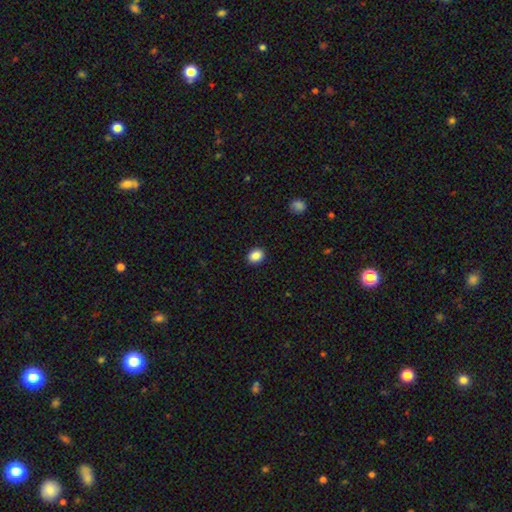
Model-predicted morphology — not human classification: Q: Smooth or featured?
A: smooth (88%); runner-up: star or artifact (9%)
Q: How rounded?
A: in between (54%); runner-up: round (45%)
Q: Merging?
A: none (90%); runner-up: minor disturbance (7%)